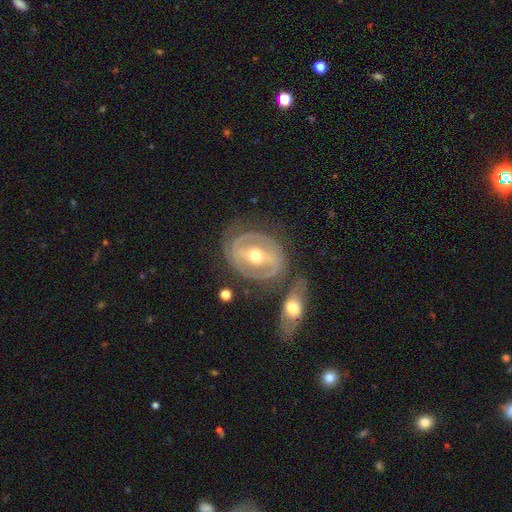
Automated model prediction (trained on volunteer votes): Smooth or featured?
  - featured or disk: 83% *
  - smooth: 12%
  - star or artifact: 5%
Edge-on disk?
  - no: 95% *
  - yes: 5%
Bar?
  - strong: 44% *
  - weak: 35%
  - no: 21%
Spiral arms?
  - yes: 80% *
  - no: 20%
Spiral winding?
  - tight: 53% *
  - medium: 35%
  - loose: 12%
Spiral arm count?
  - 2: 78% *
  - can't tell: 12%
  - 3: 4%
  - 1: 4%
  - 4: 1%
  - more than 4: 1%
Bulge size?
  - moderate: 74% *
  - small: 20%
  - large: 4%
  - none: 1%
  - dominant: 1%
Merging?
  - none: 66% *
  - minor disturbance: 16%
  - merger: 11%
  - major disturbance: 7%